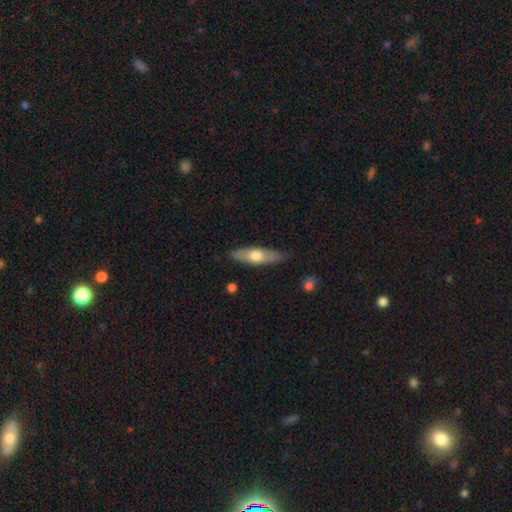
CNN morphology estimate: Smooth or featured: smooth — 53% (featured or disk — 42%)
How rounded: cigar-shaped — 59% (in between — 39%)
Merging: none — 81% (minor disturbance — 14%)